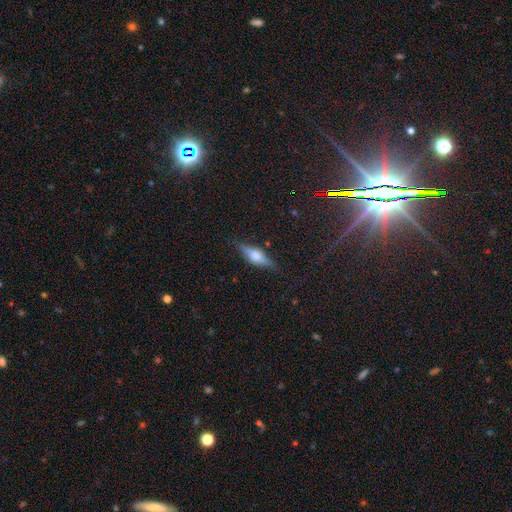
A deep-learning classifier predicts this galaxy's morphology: A featured or disk galaxy (55%) viewed edge-on (94%) with a rounded central bulge (83%). Merging: none (82%).